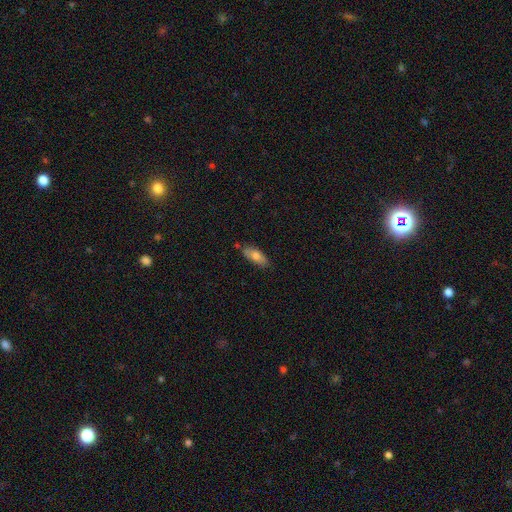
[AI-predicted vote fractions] A smooth galaxy with no disk features (71%) that is in between round and cigar-shaped (74%). Merging: none (74%).